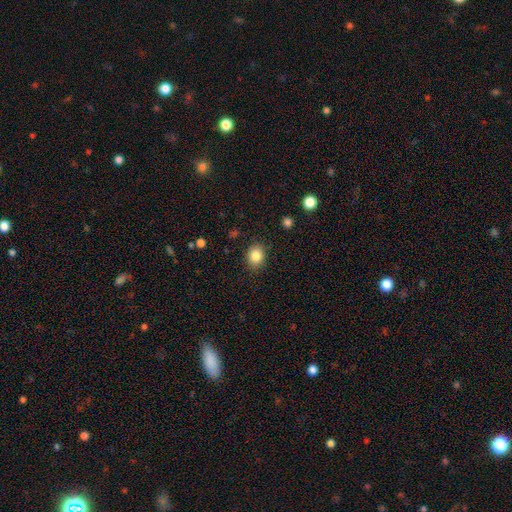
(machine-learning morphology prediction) The model was most divided on "how rounded": round: 51%, in between: 48%, cigar-shaped: 1%. More confident: merging — none (87%); smooth or featured — smooth (85%).